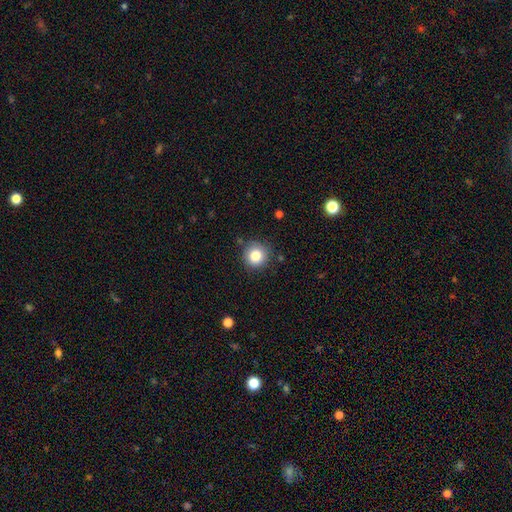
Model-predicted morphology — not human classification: smooth-or-featured: smooth: 83% | star or artifact: 11% | featured or disk: 6%
  how-rounded: round: 94% | in between: 6% | cigar-shaped: 1%
  merging: none: 84% | minor disturbance: 11% | major disturbance: 3% | merger: 2%